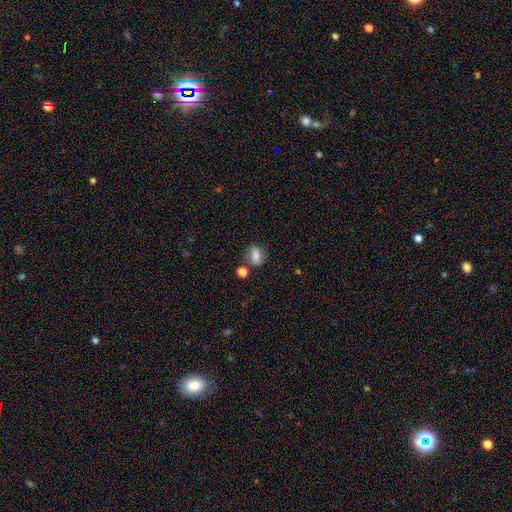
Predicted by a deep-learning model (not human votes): This appears to be a smooth galaxy with no disk features (77%) that is in between round and cigar-shaped (66%). Merging: none (71%).